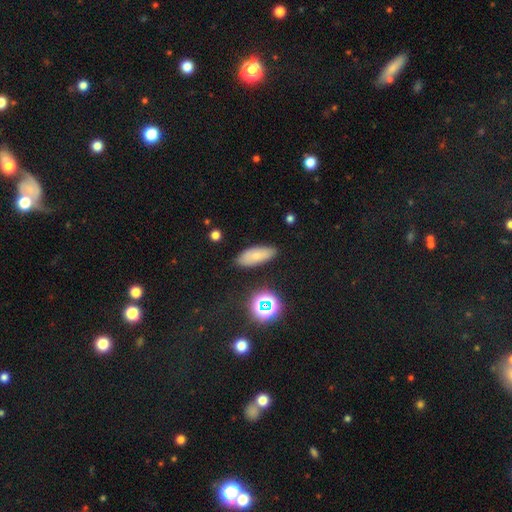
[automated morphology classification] type=smooth (72%); roundness=in between (77%); merging=none (84%).